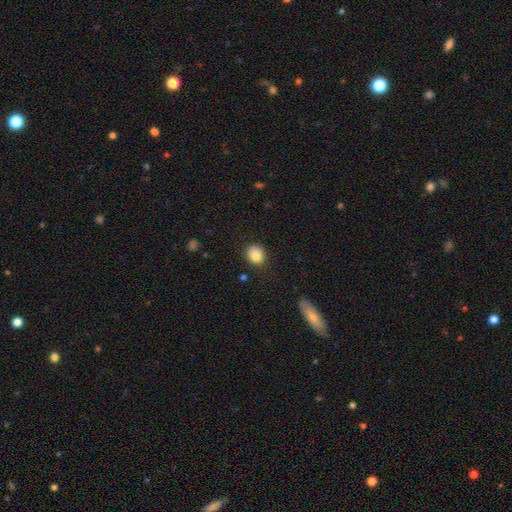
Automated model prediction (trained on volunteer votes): The model was most divided on "how rounded": round: 70%, in between: 29%, cigar-shaped: 1%. More confident: smooth or featured — smooth (84%); merging — none (78%).